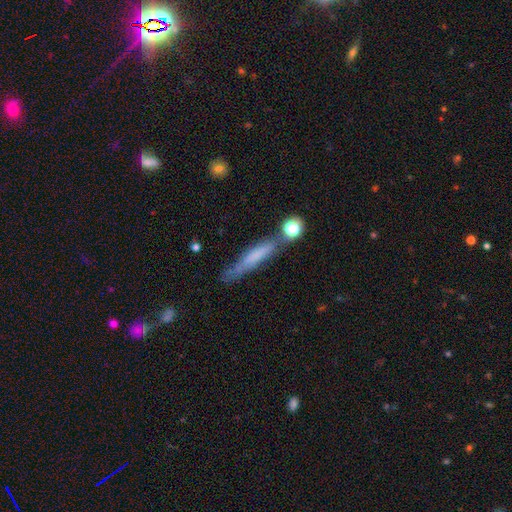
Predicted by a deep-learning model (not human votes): Smooth or featured?
  - smooth: 53% *
  - featured or disk: 38%
  - star or artifact: 9%
How rounded?
  - cigar-shaped: 89% *
  - in between: 9%
  - round: 2%
Merging?
  - none: 58% *
  - minor disturbance: 22%
  - merger: 11%
  - major disturbance: 9%